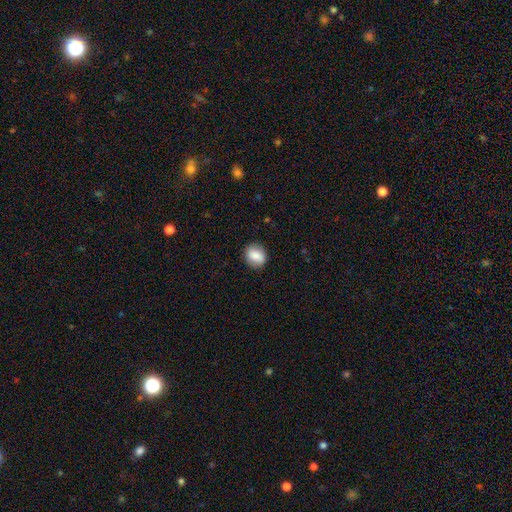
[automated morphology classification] smooth 79%, featured or disk 13%, star or artifact 8%. Down the decision tree: how rounded — round (67%); merging — none (85%).